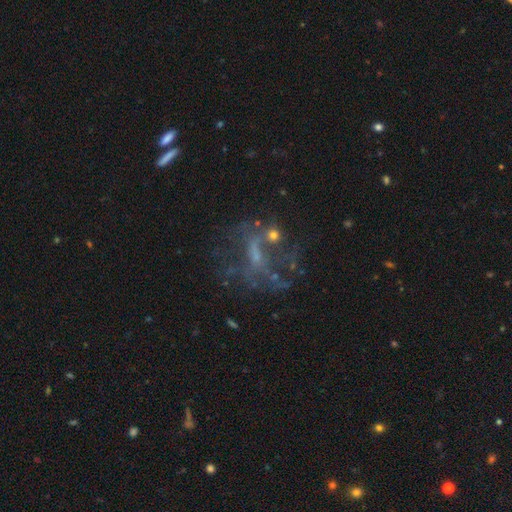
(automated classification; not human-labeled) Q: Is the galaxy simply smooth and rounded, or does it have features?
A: featured or disk — 58%.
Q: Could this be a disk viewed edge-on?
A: no — 95%.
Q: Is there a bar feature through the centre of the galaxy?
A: no — 57%.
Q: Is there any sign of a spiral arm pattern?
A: no — 66%.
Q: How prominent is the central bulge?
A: small — 40%.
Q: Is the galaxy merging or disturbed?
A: none — 45%.